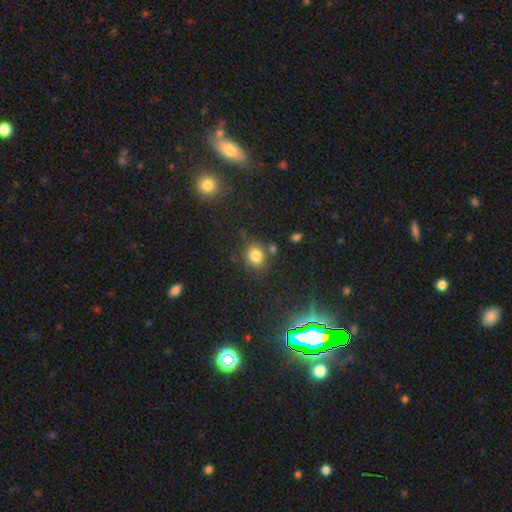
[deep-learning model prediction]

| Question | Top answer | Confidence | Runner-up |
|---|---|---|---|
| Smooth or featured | smooth | 78% | star or artifact (15%) |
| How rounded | round | 69% | in between (30%) |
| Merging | none | 68% | minor disturbance (16%) |